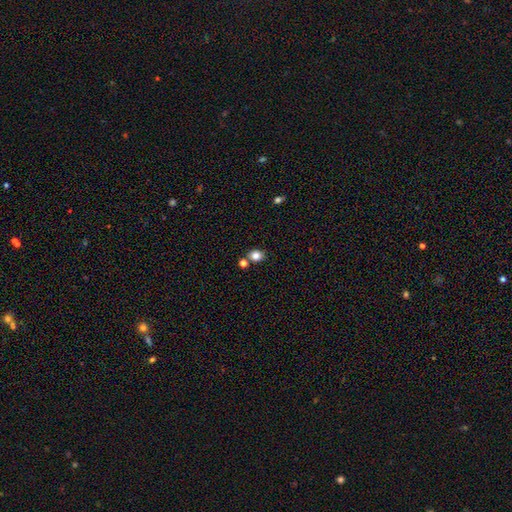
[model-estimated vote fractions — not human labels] smooth-or-featured: smooth: 82% | star or artifact: 12% | featured or disk: 6%
  how-rounded: round: 59% | in between: 40% | cigar-shaped: 1%
  merging: none: 76% | merger: 12% | minor disturbance: 10% | major disturbance: 3%